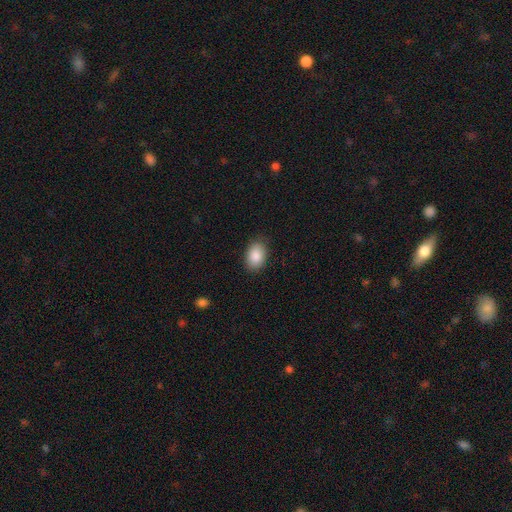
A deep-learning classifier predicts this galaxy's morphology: smooth-or-featured: smooth: 88% | star or artifact: 7% | featured or disk: 5%
  how-rounded: in between: 85% | round: 14% | cigar-shaped: 1%
  merging: none: 86% | minor disturbance: 11% | major disturbance: 2% | merger: 1%